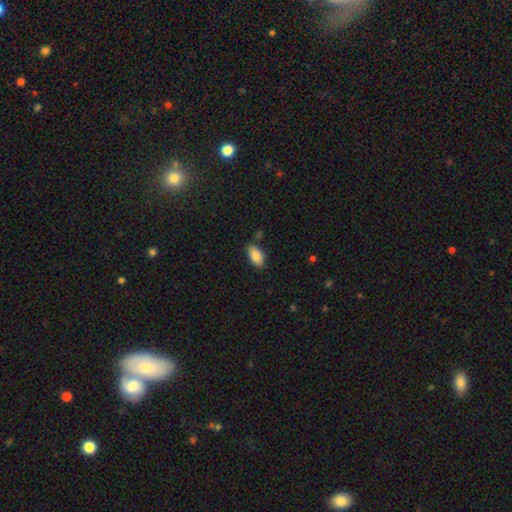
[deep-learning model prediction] smooth-or-featured: smooth: 85% | featured or disk: 9% | star or artifact: 7%
  how-rounded: in between: 93% | cigar-shaped: 4% | round: 3%
  merging: none: 81% | minor disturbance: 13% | merger: 3% | major disturbance: 2%